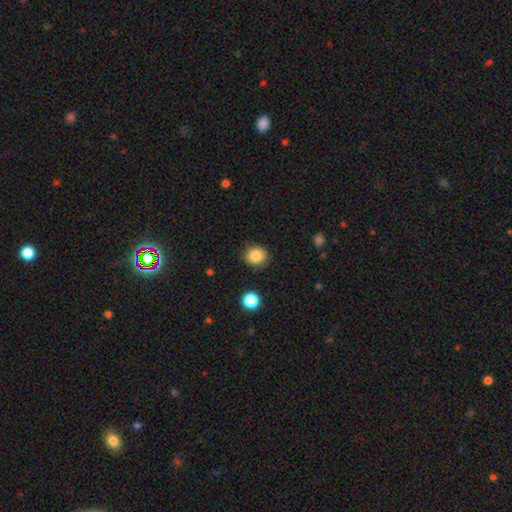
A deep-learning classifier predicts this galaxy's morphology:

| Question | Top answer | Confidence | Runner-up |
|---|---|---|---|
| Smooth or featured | smooth | 84% | star or artifact (10%) |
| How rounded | round | 78% | in between (21%) |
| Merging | none | 84% | minor disturbance (12%) |